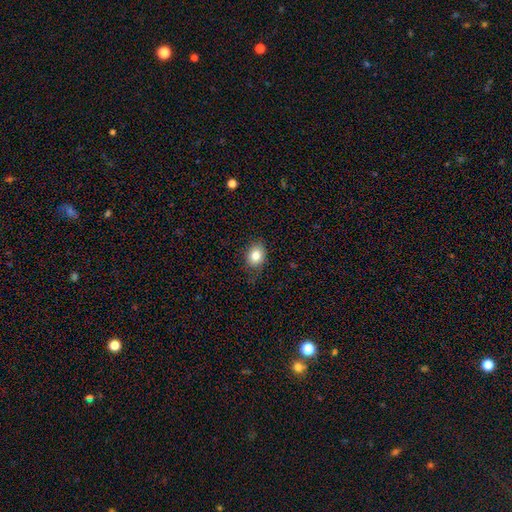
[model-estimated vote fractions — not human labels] Smooth or featured: smooth — 82% (star or artifact — 10%)
How rounded: in between — 57% (round — 42%)
Merging: none — 77% (minor disturbance — 18%)